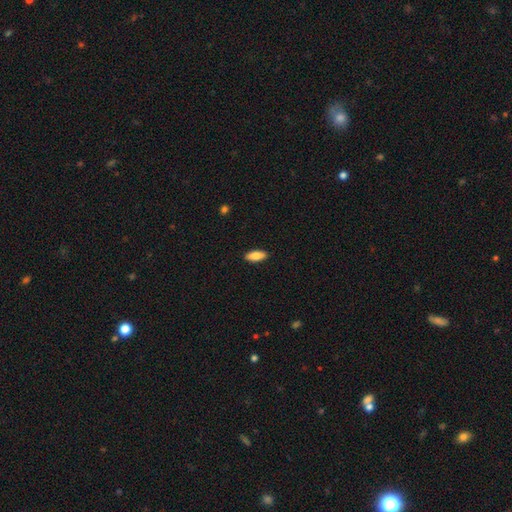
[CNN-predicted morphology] smooth 80%, featured or disk 14%, star or artifact 6%. Down the decision tree: how rounded — in between (78%); merging — none (90%).